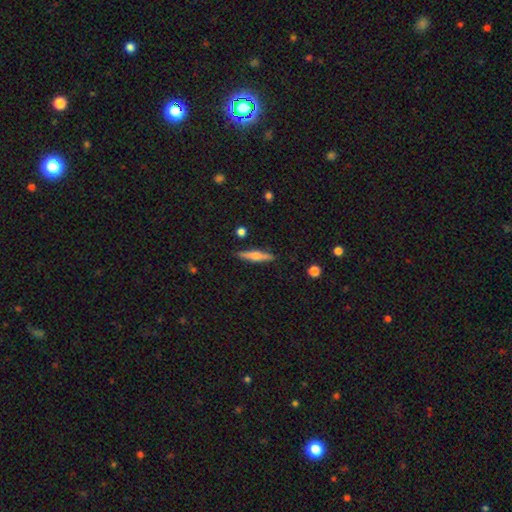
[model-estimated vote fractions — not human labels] Smooth or featured? Predicted: smooth (p=0.53). How rounded? Predicted: cigar-shaped (p=0.87). Merging? Predicted: none (p=0.88).